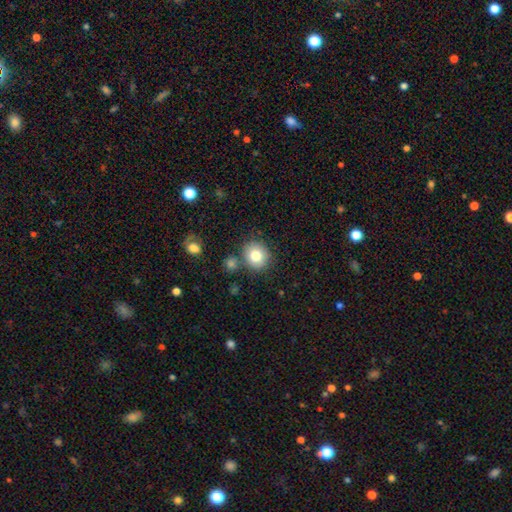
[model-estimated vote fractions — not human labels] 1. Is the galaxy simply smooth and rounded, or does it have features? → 80% smooth, 11% featured or disk, 10% star or artifact.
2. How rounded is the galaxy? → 80% round, 19% in between, 1% cigar-shaped.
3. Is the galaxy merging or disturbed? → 78% none, 10% minor disturbance, 8% merger, 3% major disturbance.